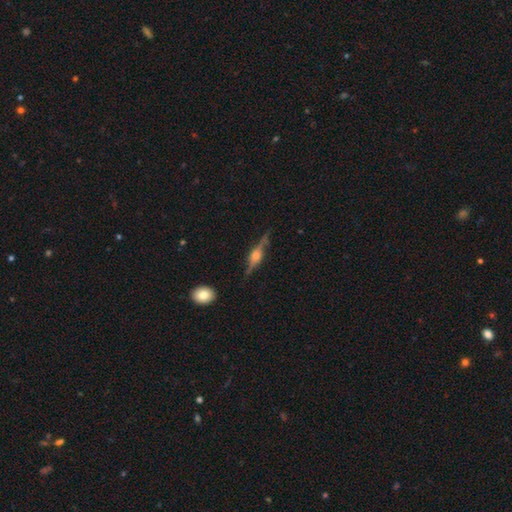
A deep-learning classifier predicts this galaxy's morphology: Smooth or featured: featured or disk — 78% (smooth — 15%)
Edge-on disk: yes — 95% (no — 5%)
Edge-on bulge: rounded — 85% (boxy — 13%)
Merging: none — 76% (minor disturbance — 16%)